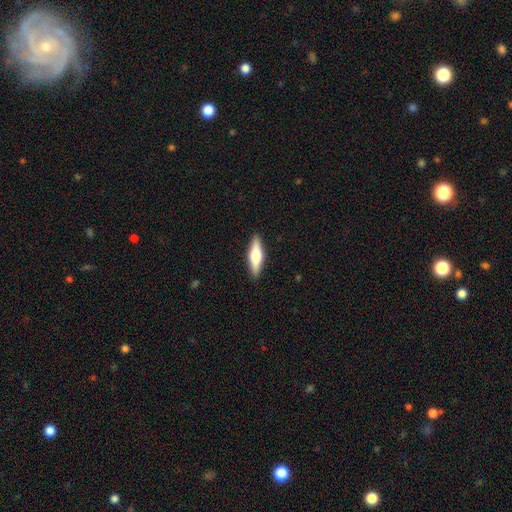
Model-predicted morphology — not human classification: Smooth or featured? featured or disk (49%)
Merging? none (90%)